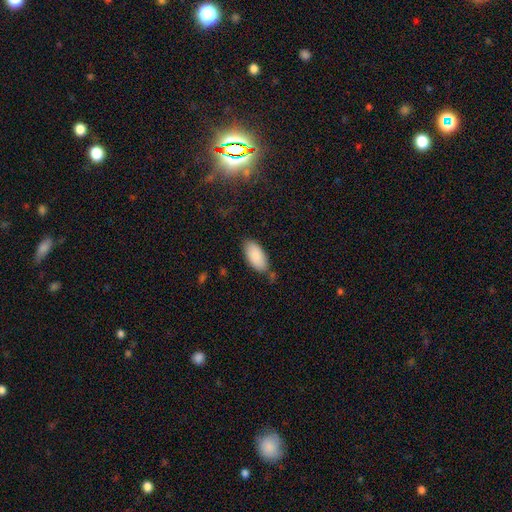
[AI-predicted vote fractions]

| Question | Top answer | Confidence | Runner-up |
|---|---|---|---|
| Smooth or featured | smooth | 88% | star or artifact (6%) |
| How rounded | in between | 93% | cigar-shaped (5%) |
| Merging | none | 74% | minor disturbance (17%) |